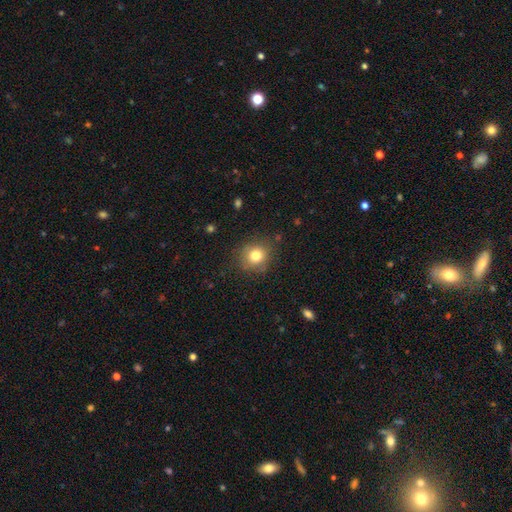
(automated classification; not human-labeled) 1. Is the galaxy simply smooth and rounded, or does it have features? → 78% smooth, 12% star or artifact, 10% featured or disk.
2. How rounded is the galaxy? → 84% round, 15% in between, 1% cigar-shaped.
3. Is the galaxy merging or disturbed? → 81% none, 13% minor disturbance, 4% major disturbance, 2% merger.